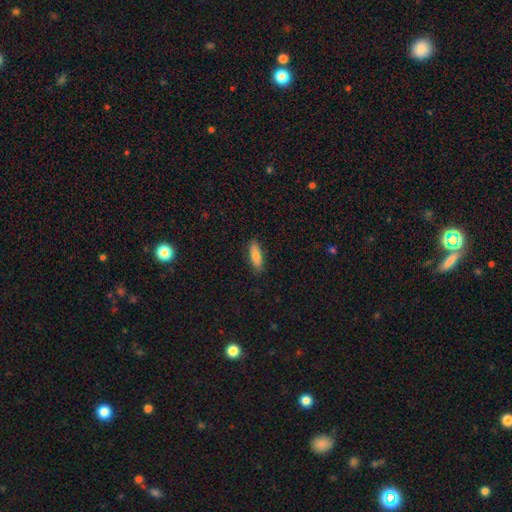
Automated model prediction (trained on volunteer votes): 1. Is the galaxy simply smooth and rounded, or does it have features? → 75% smooth, 18% featured or disk, 7% star or artifact.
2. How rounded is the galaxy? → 62% in between, 36% cigar-shaped, 2% round.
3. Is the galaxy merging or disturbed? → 86% none, 11% minor disturbance, 2% major disturbance, 1% merger.